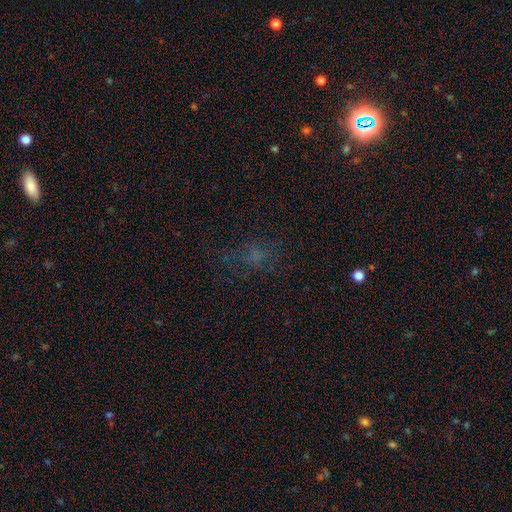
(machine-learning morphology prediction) This appears to be a smooth galaxy with no disk features (45%). Merging: none (60%).